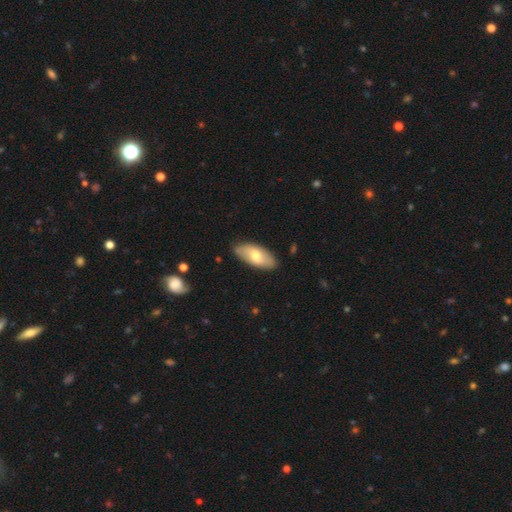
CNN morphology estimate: The model was most divided on "smooth or featured": smooth: 65%, featured or disk: 29%, star or artifact: 5%. More confident: how rounded — in between (89%); merging — none (82%).